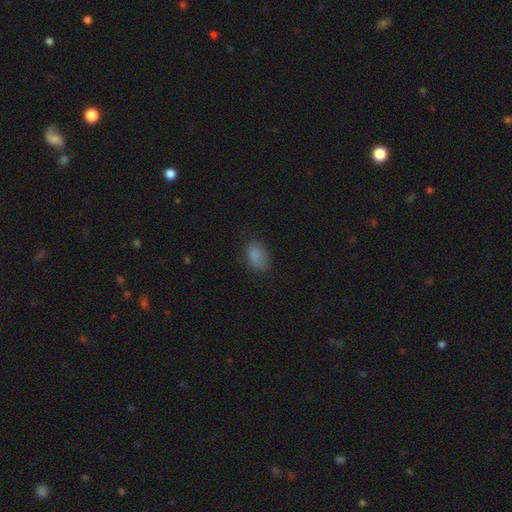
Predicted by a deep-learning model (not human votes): Smooth or featured?
  - smooth: 85% *
  - star or artifact: 10%
  - featured or disk: 6%
How rounded?
  - in between: 89% *
  - round: 9%
  - cigar-shaped: 2%
Merging?
  - none: 73% *
  - minor disturbance: 20%
  - major disturbance: 5%
  - merger: 1%